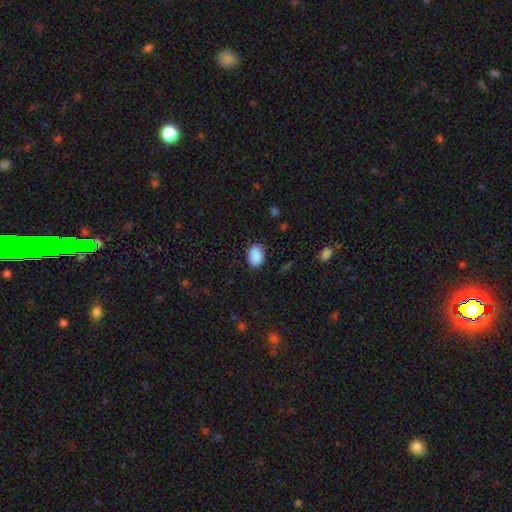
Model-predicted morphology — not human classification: Smooth or featured?
  - smooth: 89% *
  - star or artifact: 7%
  - featured or disk: 3%
How rounded?
  - in between: 79% *
  - round: 20%
  - cigar-shaped: 1%
Merging?
  - none: 82% *
  - minor disturbance: 14%
  - major disturbance: 3%
  - merger: 1%